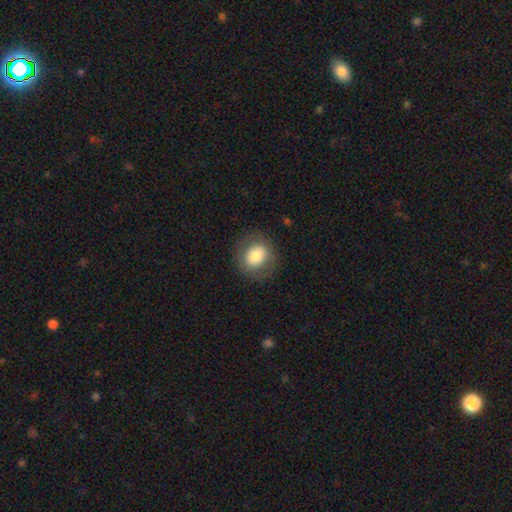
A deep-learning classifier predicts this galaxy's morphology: smooth 75%, featured or disk 17%, star or artifact 8%. Down the decision tree: how rounded — round (76%); merging — none (83%).